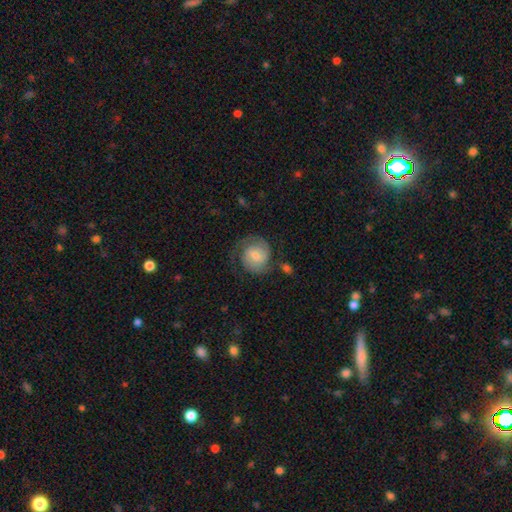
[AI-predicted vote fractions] Smooth or featured: featured or disk — 59% (smooth — 34%)
Edge-on disk: no — 98% (yes — 2%)
Bar: weak — 46% (no — 44%)
Spiral arms: yes — 89% (no — 11%)
Spiral winding: medium — 41% (tied with tight — 41%)
Spiral arm count: 2 — 73% (can't tell — 13%)
Bulge size: small — 50% (moderate — 38%)
Merging: none — 60% (minor disturbance — 20%)